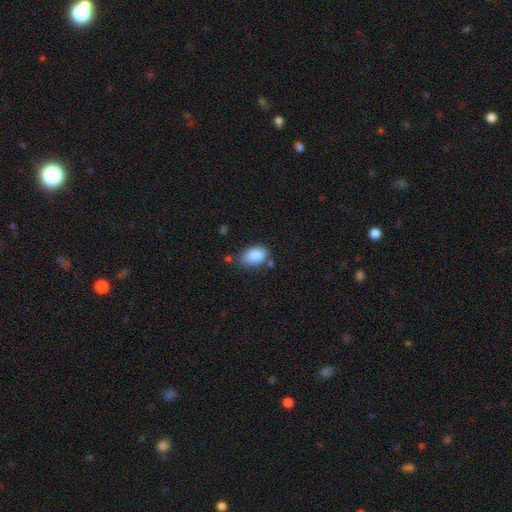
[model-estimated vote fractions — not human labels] A smooth galaxy with no disk features (85%) that is in between round and cigar-shaped (86%).

Vote fractions:
- Smooth or featured? smooth: 85% / star or artifact: 8% / featured or disk: 7%
- How rounded? in between: 86% / round: 12% / cigar-shaped: 2%
- Merging? none: 45% / minor disturbance: 34% / merger: 10% / major disturbance: 10%